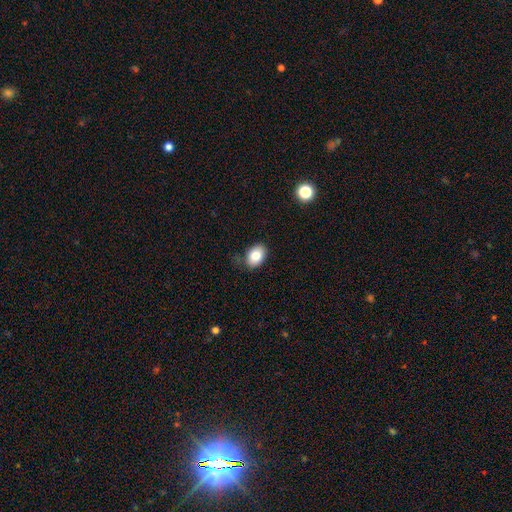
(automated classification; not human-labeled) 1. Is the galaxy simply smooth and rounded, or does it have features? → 81% smooth, 10% featured or disk, 9% star or artifact.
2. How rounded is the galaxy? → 79% in between, 20% round, 1% cigar-shaped.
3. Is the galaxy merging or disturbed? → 77% none, 18% minor disturbance, 4% major disturbance, 2% merger.